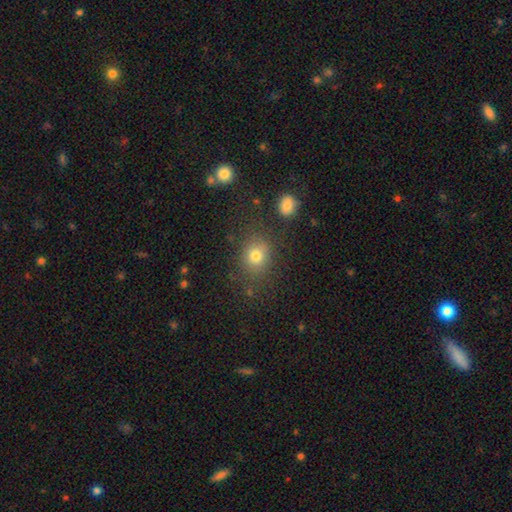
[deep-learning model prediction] The model was most divided on "how rounded": round: 63%, in between: 35%, cigar-shaped: 1%. More confident: merging — none (77%); smooth or featured — smooth (76%).